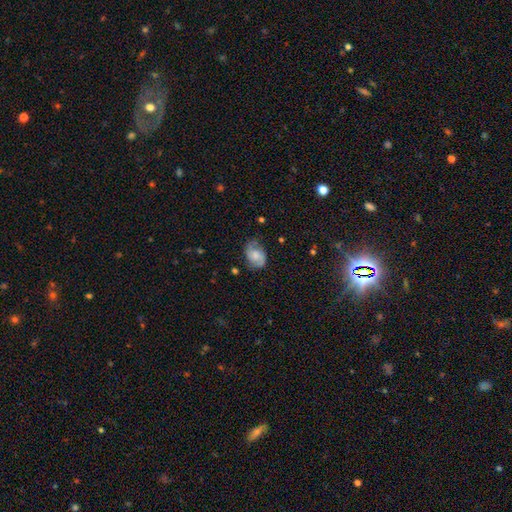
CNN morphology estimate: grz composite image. It shows a featured or disk galaxy (48%). Merging: none (66%).